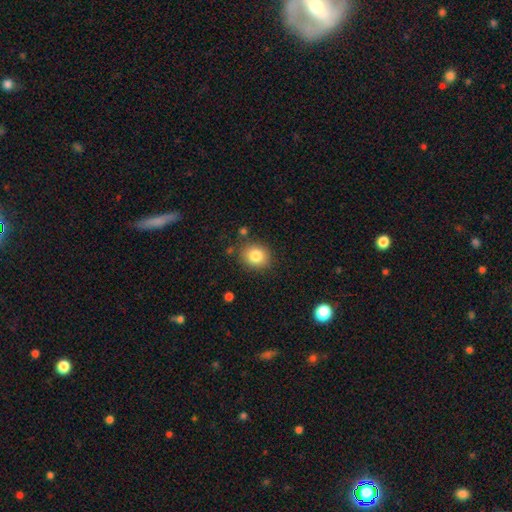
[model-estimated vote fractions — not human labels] The model was most divided on "how rounded": round: 73%, in between: 27%, cigar-shaped: 1%. More confident: merging — none (84%); smooth or featured — smooth (82%).